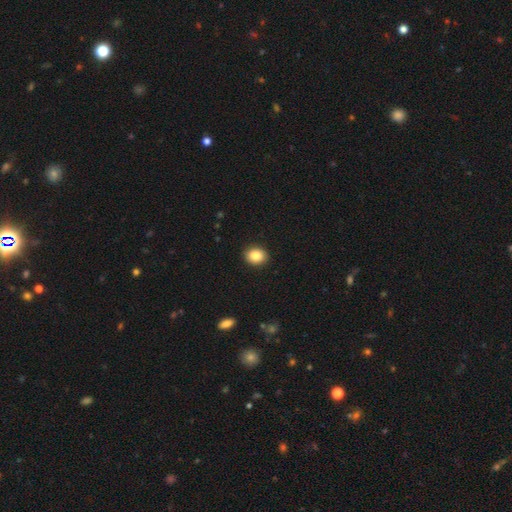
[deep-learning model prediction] Smooth or featured?
  - smooth: 87% *
  - star or artifact: 8%
  - featured or disk: 5%
How rounded?
  - round: 61% *
  - in between: 38%
  - cigar-shaped: 1%
Merging?
  - none: 91% *
  - minor disturbance: 7%
  - major disturbance: 2%
  - merger: 1%